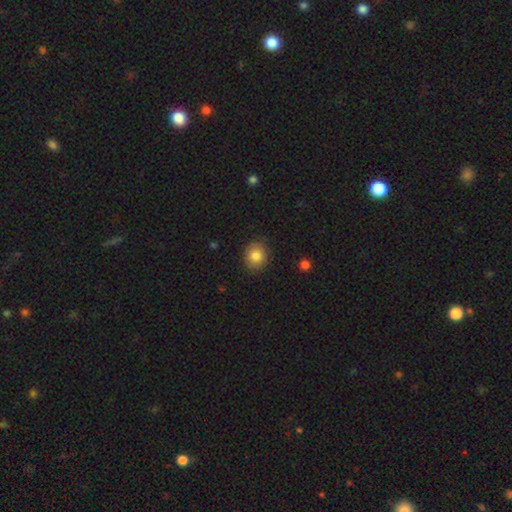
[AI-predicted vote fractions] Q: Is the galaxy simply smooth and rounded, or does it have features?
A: smooth — 83%.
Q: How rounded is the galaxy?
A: round — 70%.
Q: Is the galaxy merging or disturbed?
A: none — 85%.